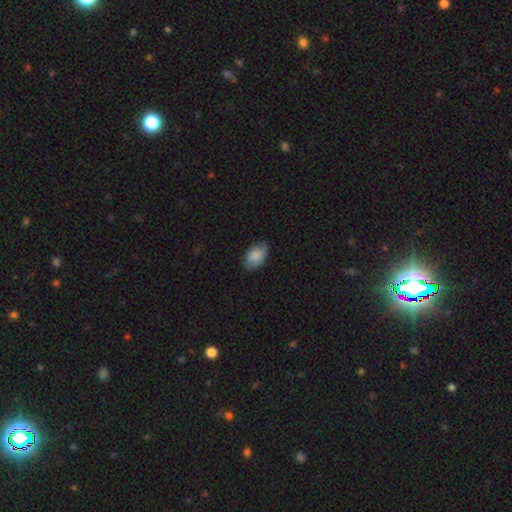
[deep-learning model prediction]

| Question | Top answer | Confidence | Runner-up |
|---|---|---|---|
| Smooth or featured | smooth | 84% | featured or disk (9%) |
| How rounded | in between | 92% | round (7%) |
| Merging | none | 74% | minor disturbance (22%) |